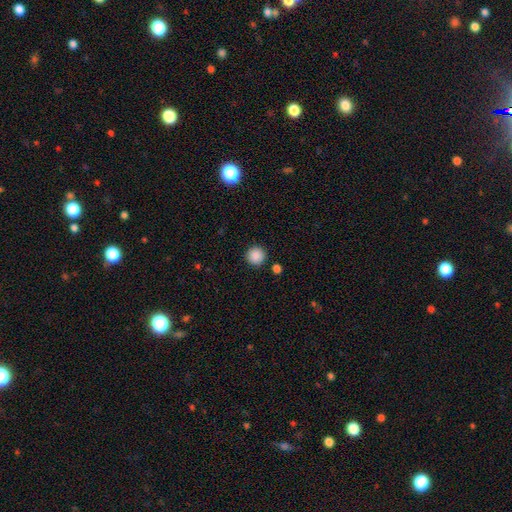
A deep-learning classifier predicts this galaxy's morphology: A smooth galaxy with no disk features (89%) that is round (96%). Merging: none (91%).